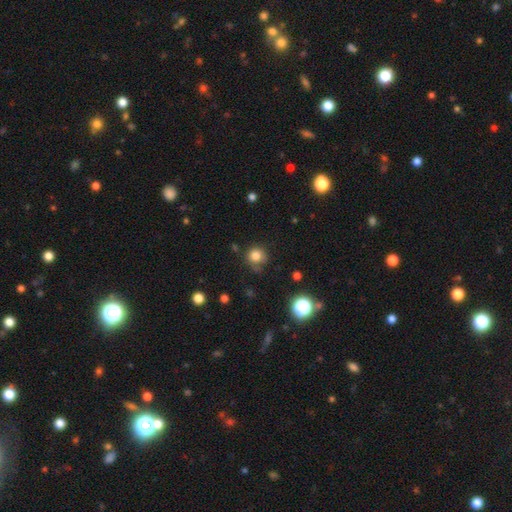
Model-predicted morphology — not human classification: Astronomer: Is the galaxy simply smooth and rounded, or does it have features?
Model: smooth — 81%.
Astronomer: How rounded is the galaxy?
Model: round — 91%.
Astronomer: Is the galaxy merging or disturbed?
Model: none — 74%.